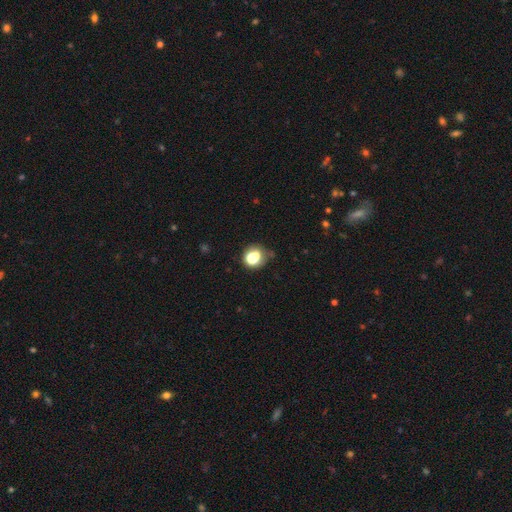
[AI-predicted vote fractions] smooth-or-featured: smooth: 76% | star or artifact: 14% | featured or disk: 11%
  how-rounded: round: 66% | in between: 33% | cigar-shaped: 1%
  merging: none: 56% | minor disturbance: 26% | major disturbance: 11% | merger: 7%